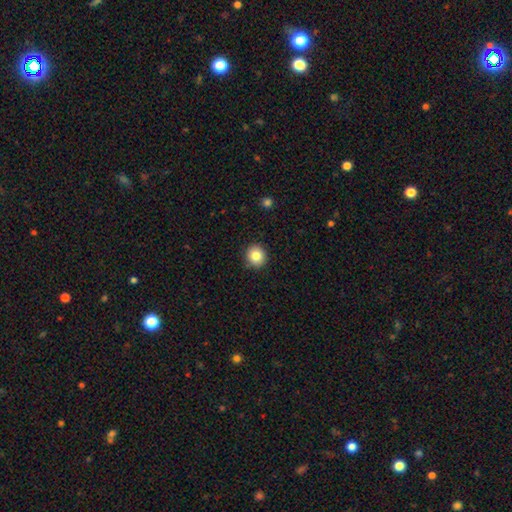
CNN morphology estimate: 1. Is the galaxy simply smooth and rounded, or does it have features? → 83% smooth, 10% star or artifact, 8% featured or disk.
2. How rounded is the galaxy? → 88% round, 11% in between, 1% cigar-shaped.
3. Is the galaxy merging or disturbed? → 91% none, 6% minor disturbance, 2% major disturbance, 1% merger.